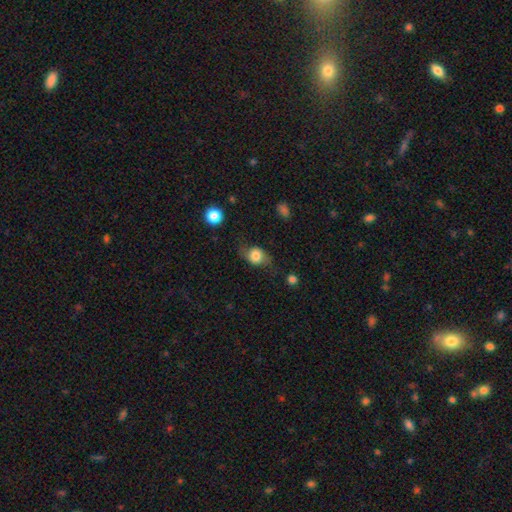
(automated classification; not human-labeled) A smooth galaxy with no disk features (65%) that is in between round and cigar-shaped (54%).

Vote fractions:
- Smooth or featured? smooth: 65% / featured or disk: 27% / star or artifact: 9%
- How rounded? in between: 54% / round: 43% / cigar-shaped: 2%
- Merging? none: 61% / minor disturbance: 25% / major disturbance: 13% / merger: 2%